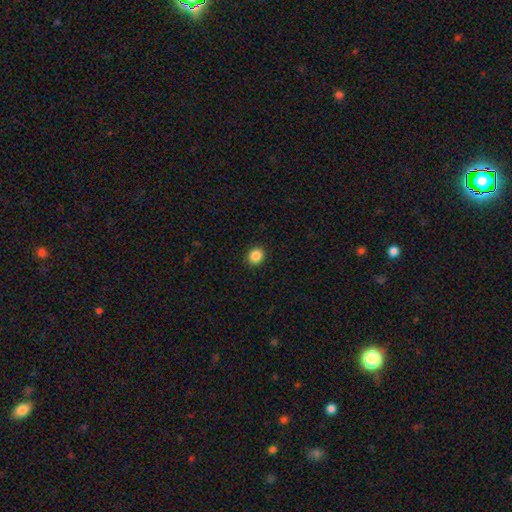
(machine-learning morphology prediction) type=smooth (87%); roundness=round (76%); merging=none (91%).